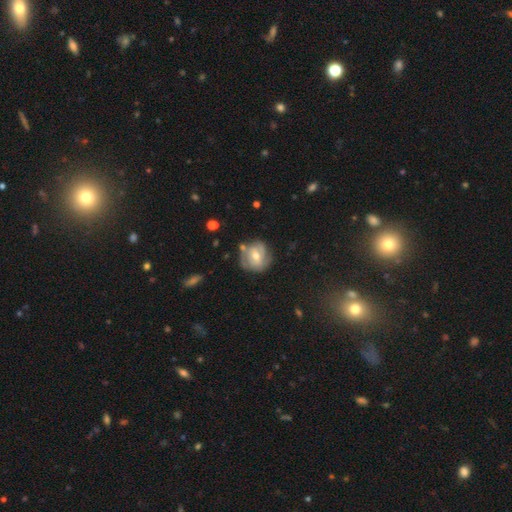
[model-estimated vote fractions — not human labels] Smooth or featured? Predicted: featured or disk (p=0.58). Edge-on disk? Predicted: no (p=0.96). Bar? Predicted: no (p=0.53). Spiral arms? Predicted: yes (p=0.71). Bulge size? Predicted: moderate (p=0.65). Merging? Predicted: none (p=0.62).